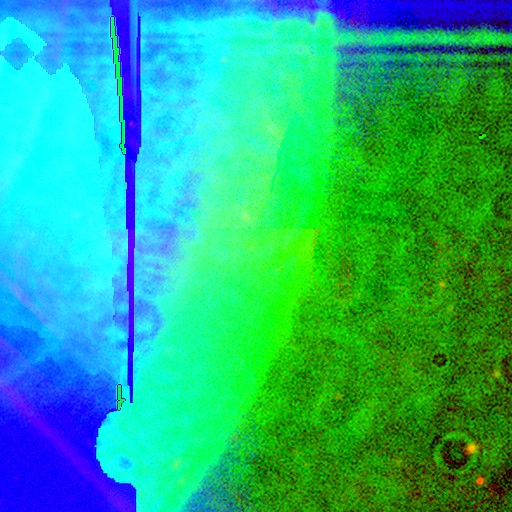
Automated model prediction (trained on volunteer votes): Q: Smooth or featured?
A: star or artifact (83%); runner-up: featured or disk (9%)